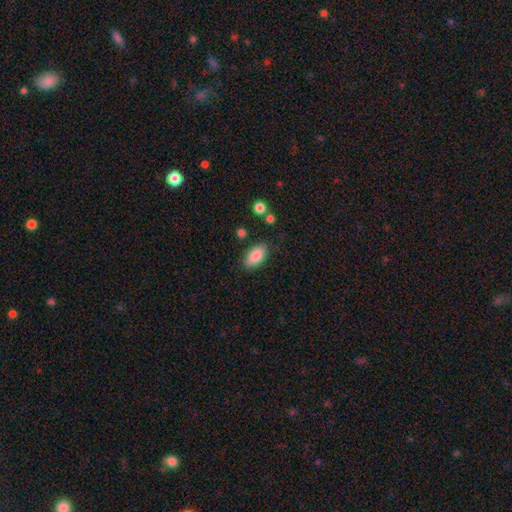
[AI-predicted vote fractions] The model was most divided on "merging": none: 82%, minor disturbance: 12%, major disturbance: 3%, merger: 3%. More confident: how rounded — in between (92%); smooth or featured — smooth (86%).